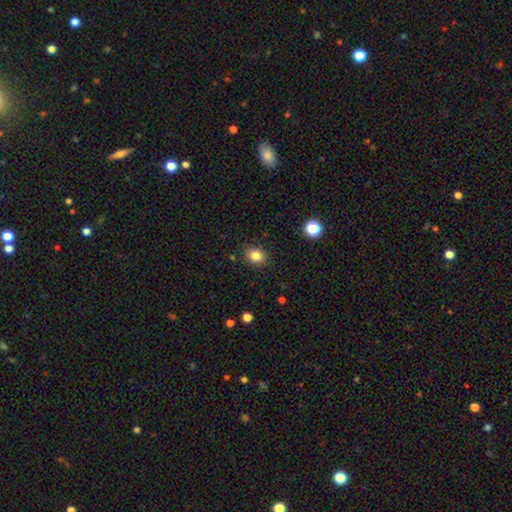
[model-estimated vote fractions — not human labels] smooth-or-featured: smooth: 84% | star or artifact: 11% | featured or disk: 5%
  how-rounded: in between: 54% | round: 45% | cigar-shaped: 1%
  merging: none: 87% | minor disturbance: 9% | major disturbance: 2% | merger: 1%